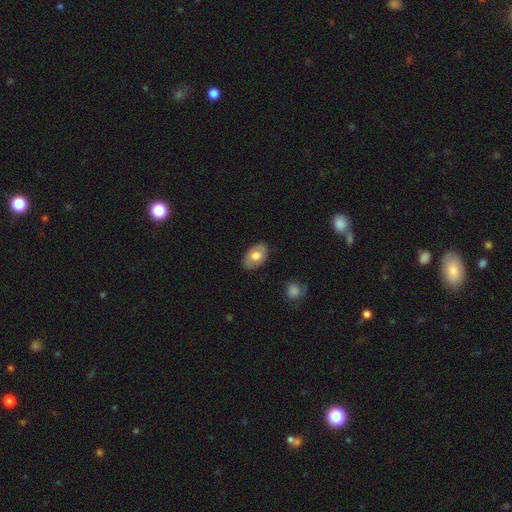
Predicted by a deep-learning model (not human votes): Q: Smooth or featured?
A: smooth (68%); runner-up: featured or disk (26%)
Q: How rounded?
A: in between (89%); runner-up: round (9%)
Q: Merging?
A: none (85%); runner-up: minor disturbance (11%)